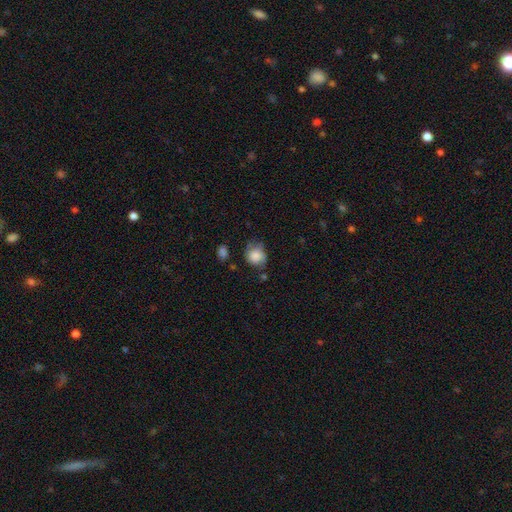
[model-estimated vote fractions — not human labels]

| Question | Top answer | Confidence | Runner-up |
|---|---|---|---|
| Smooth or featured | smooth | 78% | featured or disk (13%) |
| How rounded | round | 75% | in between (24%) |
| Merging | none | 53% | minor disturbance (31%) |